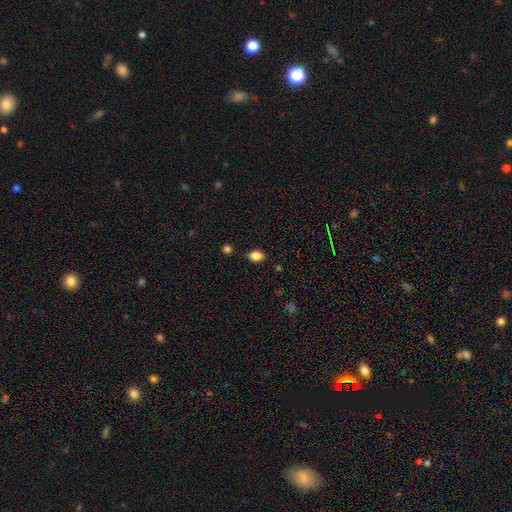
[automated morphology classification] The model was most divided on "how rounded": in between: 67%, round: 32%, cigar-shaped: 1%. More confident: smooth or featured — smooth (85%); merging — none (84%).